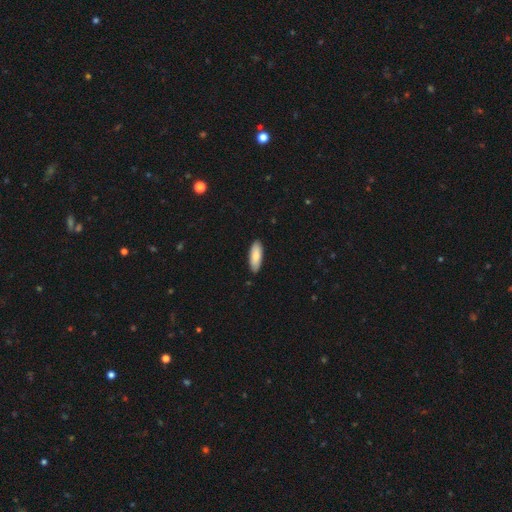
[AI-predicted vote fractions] Smooth or featured? smooth (83%)
How rounded? in between (68%)
Merging? none (87%)